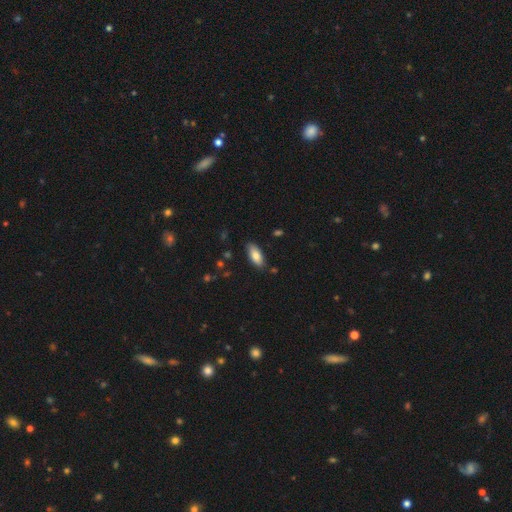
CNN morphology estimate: smooth-or-featured: smooth: 83% | featured or disk: 11% | star or artifact: 7%
  how-rounded: in between: 87% | cigar-shaped: 11% | round: 2%
  merging: none: 84% | minor disturbance: 12% | major disturbance: 2% | merger: 2%